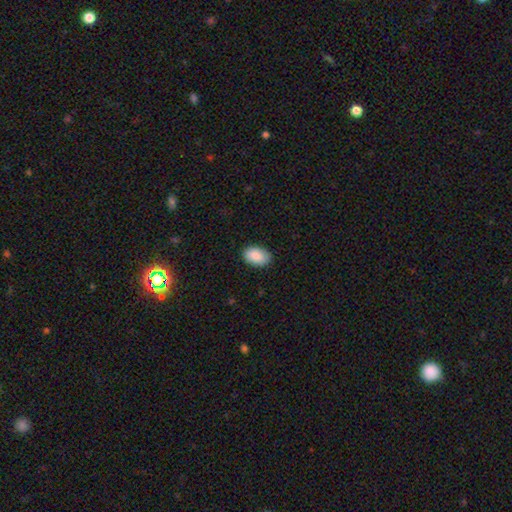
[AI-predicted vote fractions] Morphology: type=smooth (88%); roundness=in between (90%); merging=none (87%).